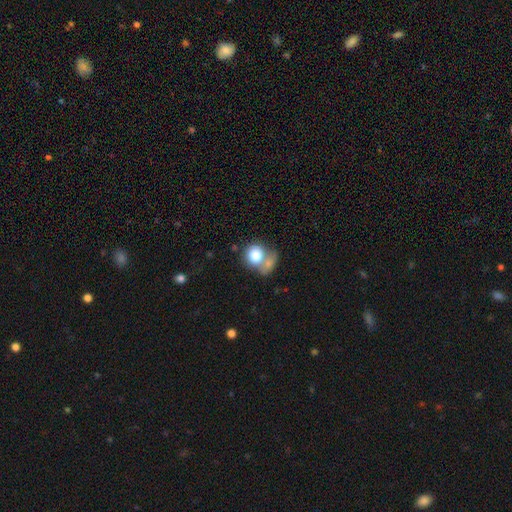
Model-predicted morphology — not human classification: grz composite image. It shows a smooth galaxy with no disk features (78%) that is round (73%). Merging: merger (49%).